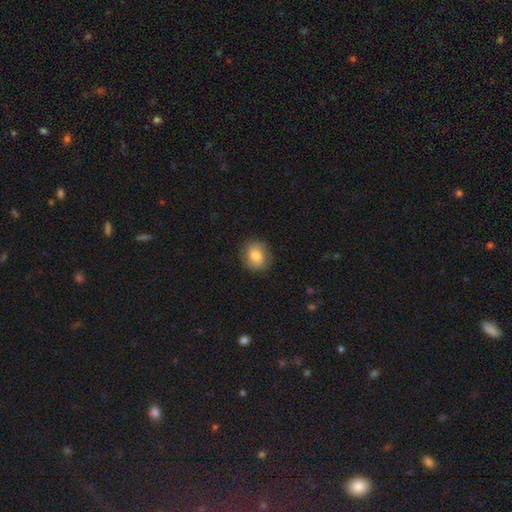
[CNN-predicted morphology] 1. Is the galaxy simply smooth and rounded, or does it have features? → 78% smooth, 14% featured or disk, 8% star or artifact.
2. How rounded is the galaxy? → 71% round, 28% in between, 1% cigar-shaped.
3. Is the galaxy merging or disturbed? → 85% none, 11% minor disturbance, 3% major disturbance, 1% merger.